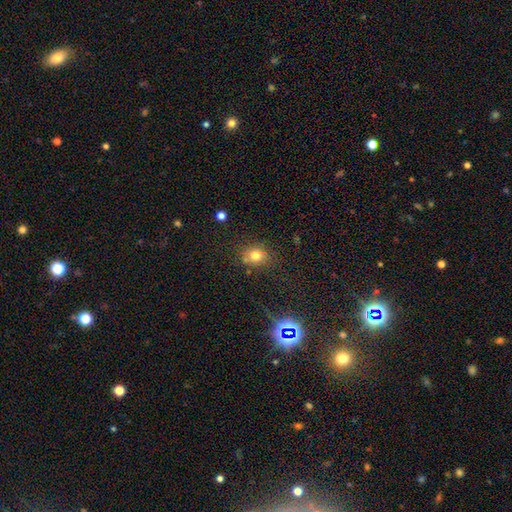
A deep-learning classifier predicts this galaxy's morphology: Smooth or featured? Predicted: smooth (p=0.75). How rounded? Predicted: round (p=0.67). Merging? Predicted: none (p=0.73).